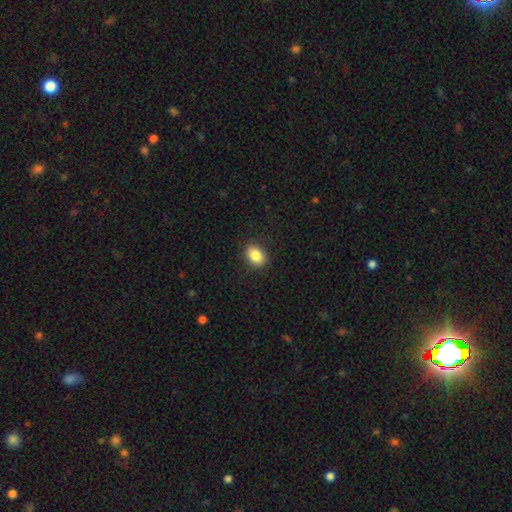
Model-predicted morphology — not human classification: Overall: smooth (86%). How rounded: in between (75%). Merging: none (88%).